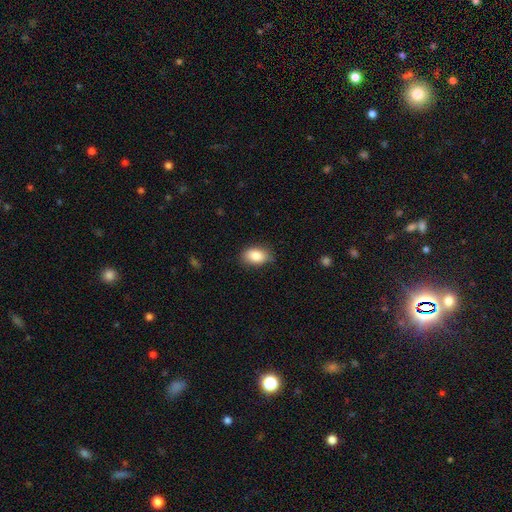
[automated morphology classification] The model was most divided on "merging": none: 76%, minor disturbance: 20%, major disturbance: 3%, merger: 1%. More confident: smooth or featured — smooth (85%); how rounded — in between (85%).